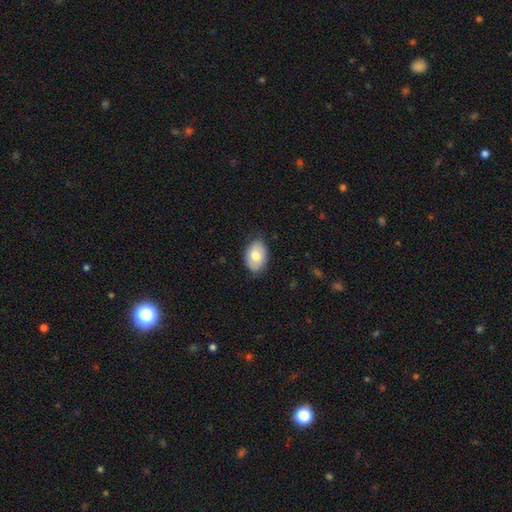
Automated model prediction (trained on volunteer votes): Overall: smooth (74%). How rounded: in between (86%). Merging: none (81%).